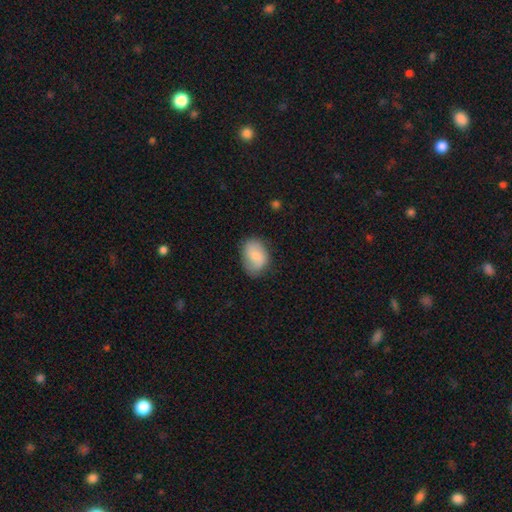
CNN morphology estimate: Smooth or featured?
  - smooth: 69% *
  - featured or disk: 25%
  - star or artifact: 7%
How rounded?
  - in between: 76% *
  - round: 23%
  - cigar-shaped: 1%
Merging?
  - none: 72% *
  - minor disturbance: 21%
  - major disturbance: 5%
  - merger: 1%